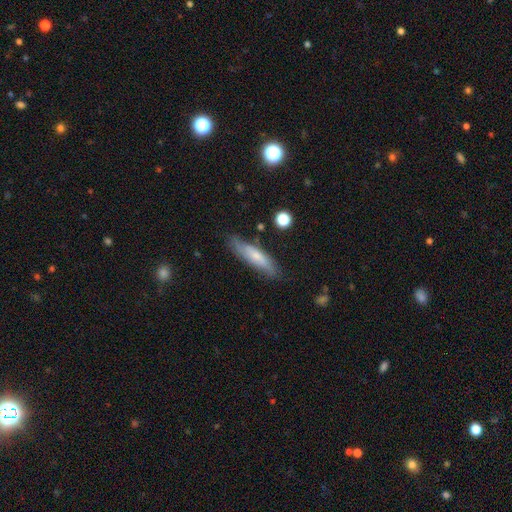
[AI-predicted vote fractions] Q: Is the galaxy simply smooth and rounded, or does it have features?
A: smooth — 55%.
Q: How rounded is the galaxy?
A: cigar-shaped — 78%.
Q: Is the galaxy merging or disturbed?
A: none — 79%.